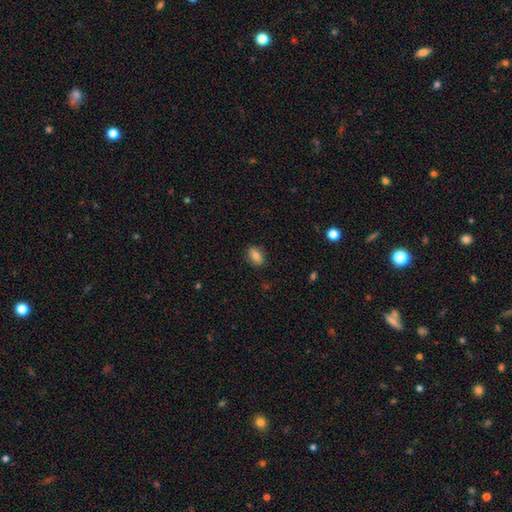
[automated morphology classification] smooth-or-featured: smooth: 78% | featured or disk: 14% | star or artifact: 8%
  how-rounded: in between: 82% | round: 13% | cigar-shaped: 5%
  merging: none: 86% | minor disturbance: 11% | major disturbance: 2% | merger: 1%